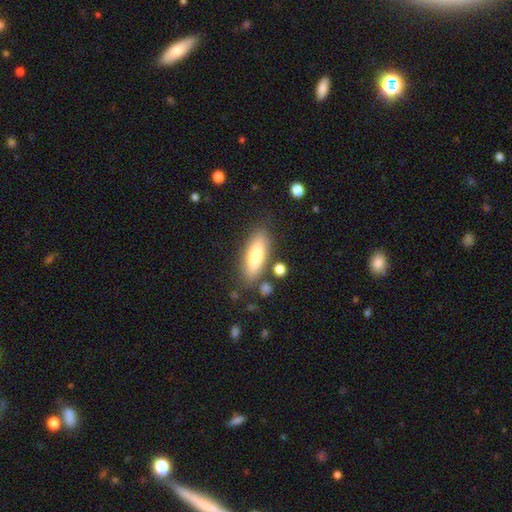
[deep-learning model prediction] Smooth or featured? smooth (69%)
How rounded? in between (57%)
Merging? none (78%)